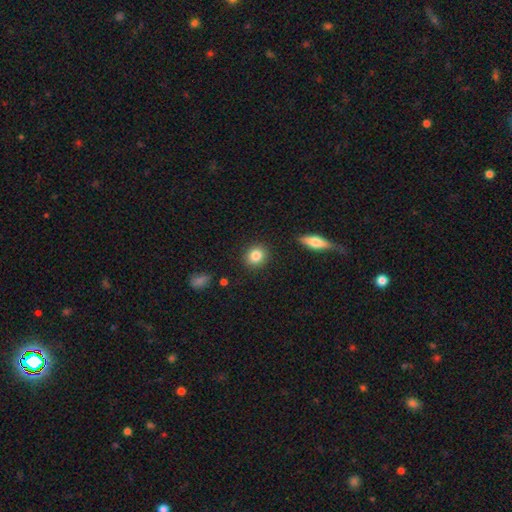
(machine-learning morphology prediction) type=smooth (85%); roundness=round (77%); merging=none (89%).